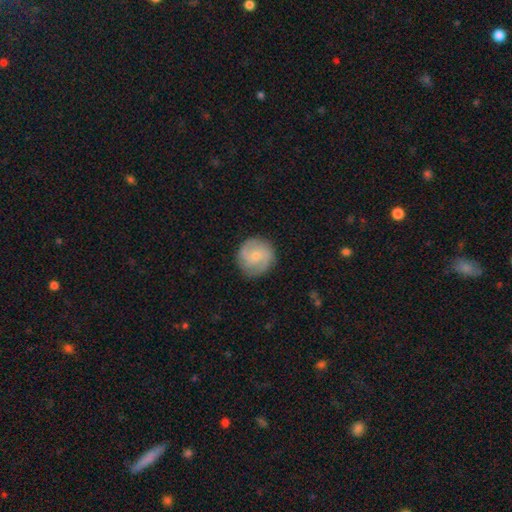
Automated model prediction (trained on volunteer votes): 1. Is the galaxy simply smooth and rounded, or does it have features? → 61% featured or disk, 33% smooth, 6% star or artifact.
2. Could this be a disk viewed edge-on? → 98% no, 2% yes.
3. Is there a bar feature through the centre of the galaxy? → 61% no, 34% weak, 5% strong.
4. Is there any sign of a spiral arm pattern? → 92% yes, 8% no.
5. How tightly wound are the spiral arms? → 43% medium, 42% tight, 15% loose.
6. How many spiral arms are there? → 58% 2, 16% can't tell, 16% 3, 4% 1, 3% 4, 3% more than 4.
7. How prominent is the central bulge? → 63% small, 29% moderate, 5% none, 2% large, 1% dominant.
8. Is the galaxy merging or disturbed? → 85% none, 11% minor disturbance, 3% major disturbance, 1% merger.